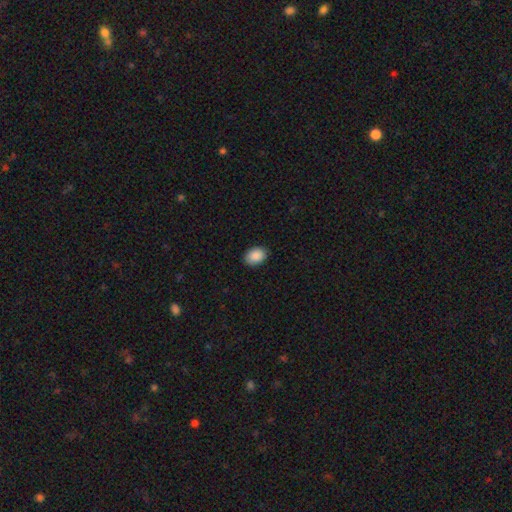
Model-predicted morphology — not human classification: The model was most divided on "how rounded": in between: 74%, round: 25%, cigar-shaped: 1%. More confident: smooth or featured — smooth (90%); merging — none (88%).